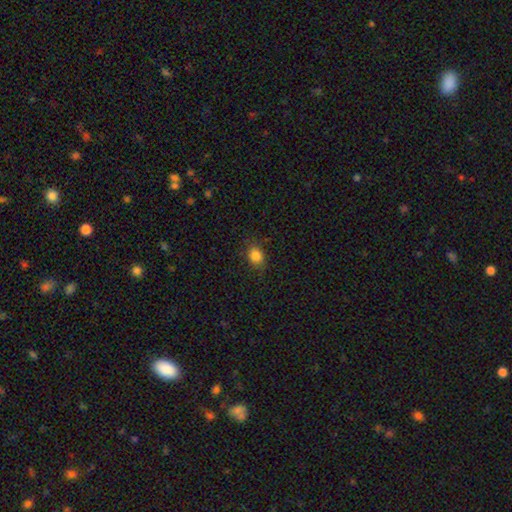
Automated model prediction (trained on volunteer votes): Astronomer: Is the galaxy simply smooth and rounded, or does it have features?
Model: smooth — 84%.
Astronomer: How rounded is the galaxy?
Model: in between — 55% (runner-up: round, 44%).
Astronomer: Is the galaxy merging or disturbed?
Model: none — 82%.